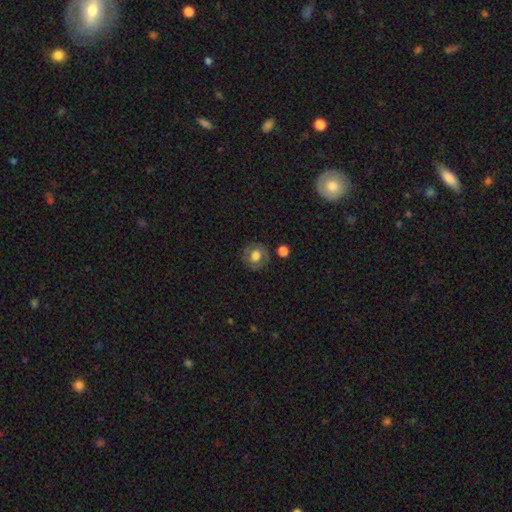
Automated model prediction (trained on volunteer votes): The model was most divided on "smooth or featured": smooth: 59%, featured or disk: 32%, star or artifact: 9%. More confident: how rounded — round (82%); merging — none (80%).